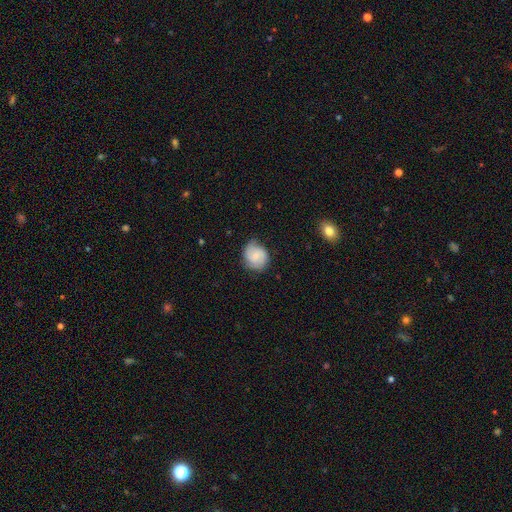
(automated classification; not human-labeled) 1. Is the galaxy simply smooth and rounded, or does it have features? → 53% smooth, 39% featured or disk, 8% star or artifact.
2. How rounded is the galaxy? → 69% round, 30% in between, 1% cigar-shaped.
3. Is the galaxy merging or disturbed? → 67% none, 25% minor disturbance, 7% major disturbance, 1% merger.